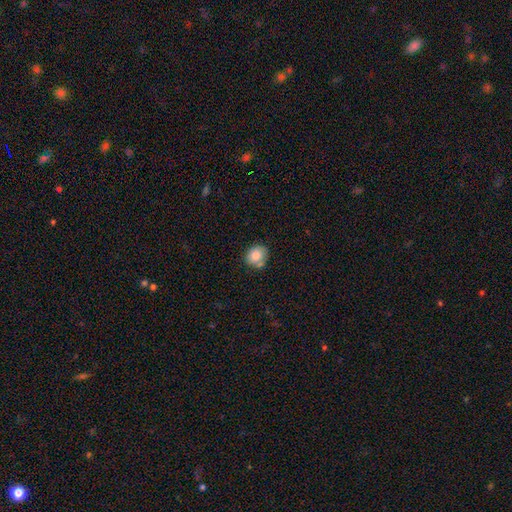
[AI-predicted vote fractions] Smooth or featured: smooth — 80% (featured or disk — 11%)
How rounded: round — 71% (in between — 28%)
Merging: none — 65% (minor disturbance — 18%)